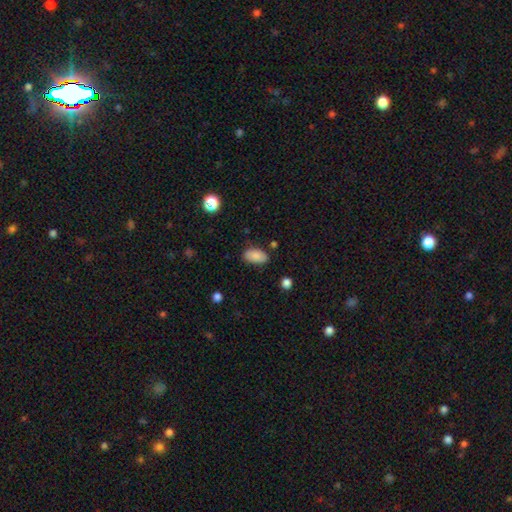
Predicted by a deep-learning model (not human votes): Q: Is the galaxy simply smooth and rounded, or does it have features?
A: smooth — 86%.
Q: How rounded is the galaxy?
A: in between — 93%.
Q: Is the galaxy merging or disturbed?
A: none — 80%.